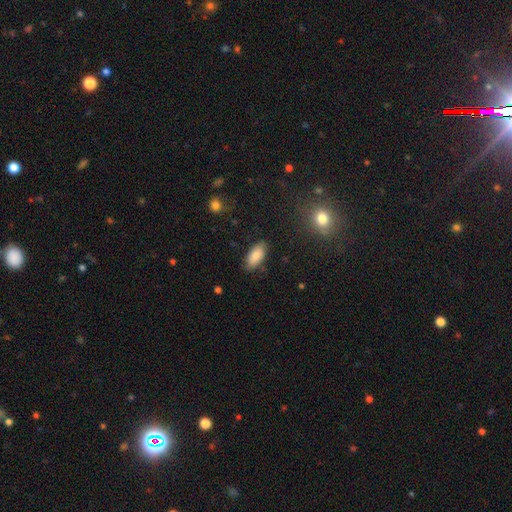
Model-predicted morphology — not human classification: type=smooth (85%); roundness=in between (91%); merging=none (82%).